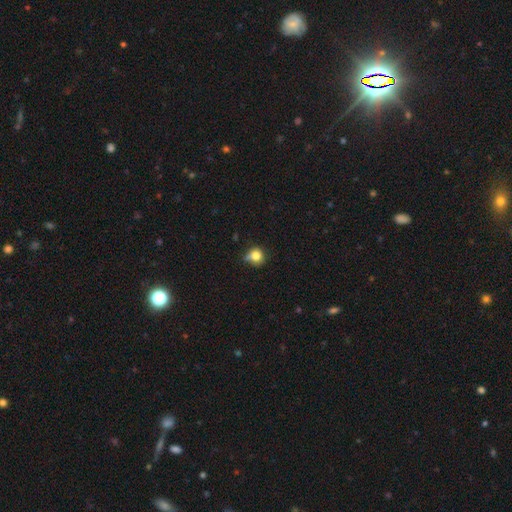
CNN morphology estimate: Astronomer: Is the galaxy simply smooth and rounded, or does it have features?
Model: smooth — 79%.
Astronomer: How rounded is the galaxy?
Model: round — 83%.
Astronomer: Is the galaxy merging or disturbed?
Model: none — 55% (runner-up: minor disturbance, 31%).